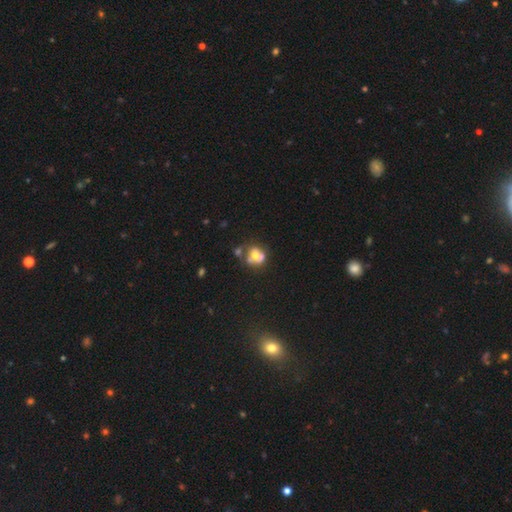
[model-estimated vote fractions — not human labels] Smooth or featured: smooth — 49% (featured or disk — 38%)
Merging: merger — 40% (none — 36%)